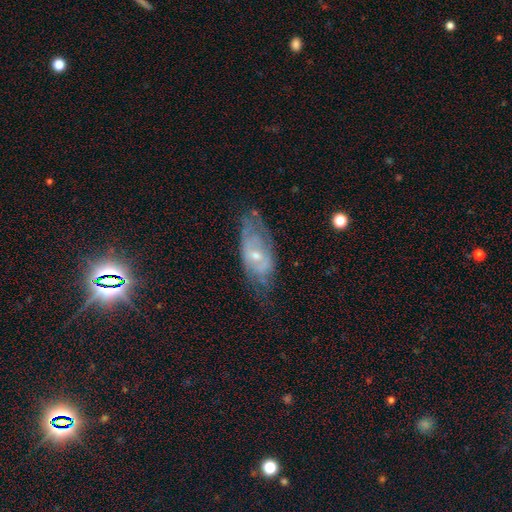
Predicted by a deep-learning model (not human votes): A featured or disk galaxy (64%) with no bar (55%), spiral arms (62%) and a small central bulge (56%). Merging: none (55%).